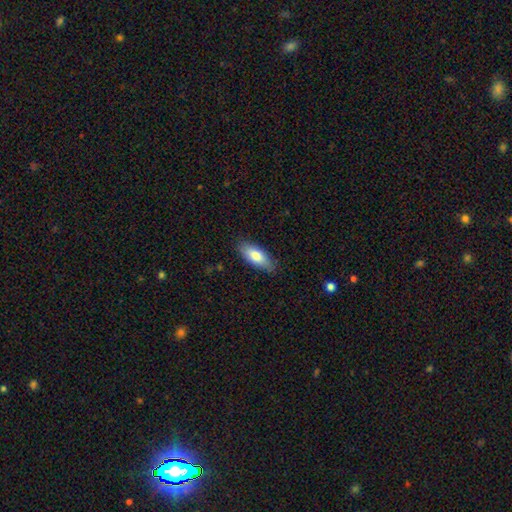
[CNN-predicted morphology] smooth 78%, featured or disk 16%, star or artifact 6%. Down the decision tree: how rounded — in between (80%); merging — none (84%).